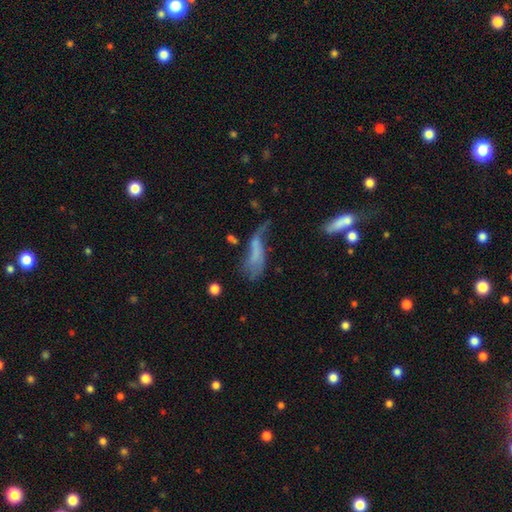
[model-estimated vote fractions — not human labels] smooth_or_featured: smooth (p=0.48) [alt: featured or disk p=0.40]
merging: major disturbance (p=0.45) [alt: minor disturbance p=0.22]